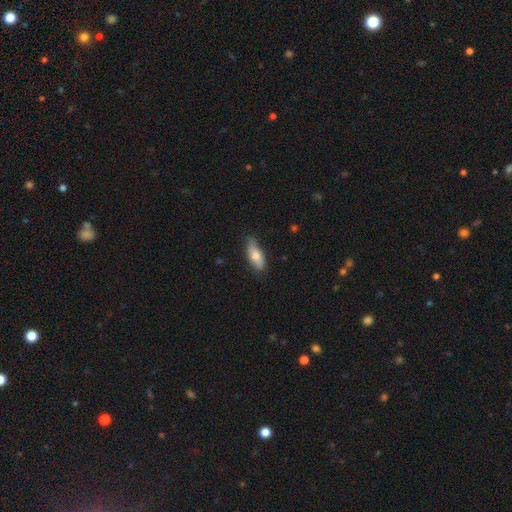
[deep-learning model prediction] Q: Smooth or featured?
A: smooth (74%); runner-up: featured or disk (20%)
Q: How rounded?
A: in between (71%); runner-up: cigar-shaped (26%)
Q: Merging?
A: none (73%); runner-up: minor disturbance (22%)